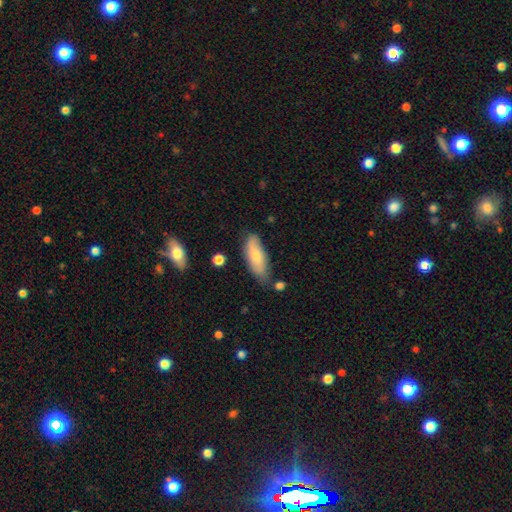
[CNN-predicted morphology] smooth_or_featured: smooth (p=0.75) [alt: featured or disk p=0.19]
how_rounded: in between (p=0.73) [alt: cigar-shaped p=0.25]
merging: none (p=0.67) [alt: minor disturbance p=0.24]